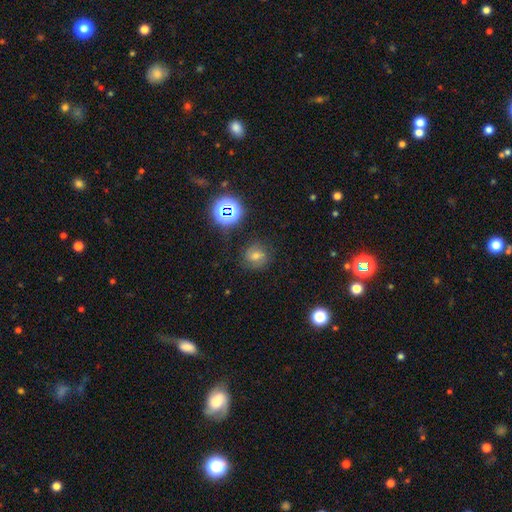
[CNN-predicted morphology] Smooth or featured? smooth (37%)
Merging? none (80%)